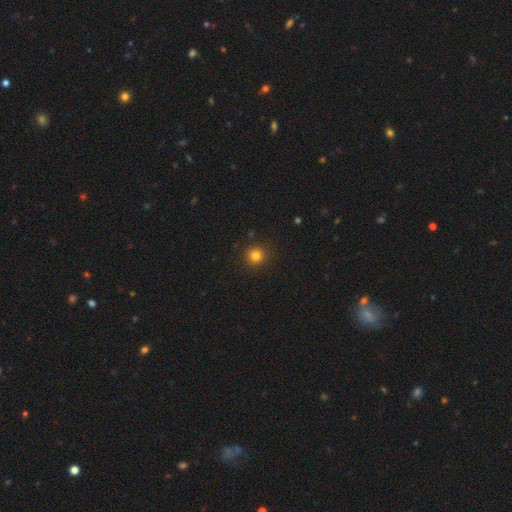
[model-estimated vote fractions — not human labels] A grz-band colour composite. It shows a smooth galaxy with no disk features (81%) that is round (94%). Merging: none (92%).